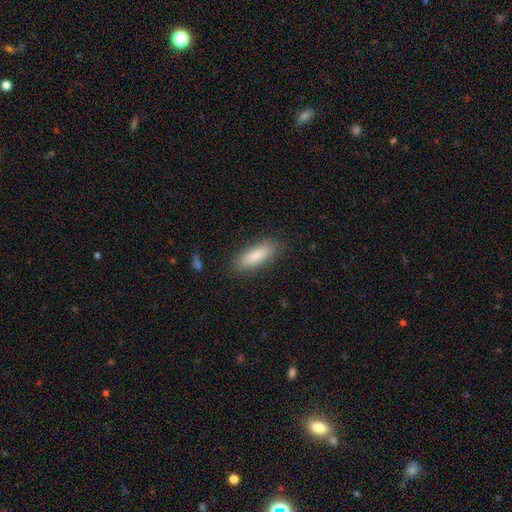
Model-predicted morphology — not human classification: smooth-or-featured: smooth: 84% | featured or disk: 10% | star or artifact: 6%
  how-rounded: in between: 54% | cigar-shaped: 45% | round: 2%
  merging: none: 85% | minor disturbance: 11% | major disturbance: 3% | merger: 1%